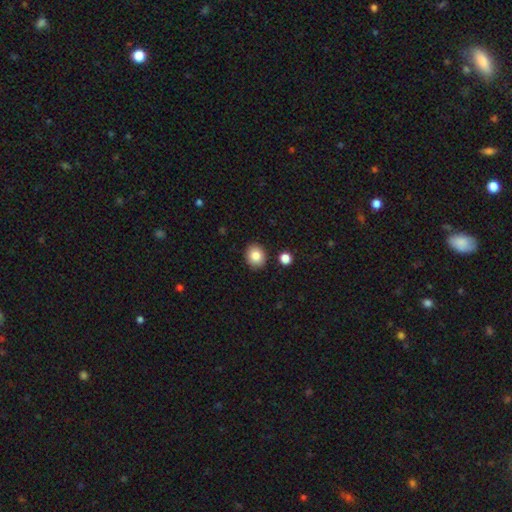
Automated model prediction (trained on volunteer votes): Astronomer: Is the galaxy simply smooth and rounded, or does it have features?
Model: smooth — 85%.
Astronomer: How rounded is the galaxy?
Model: round — 69%.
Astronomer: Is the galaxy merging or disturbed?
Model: none — 88%.